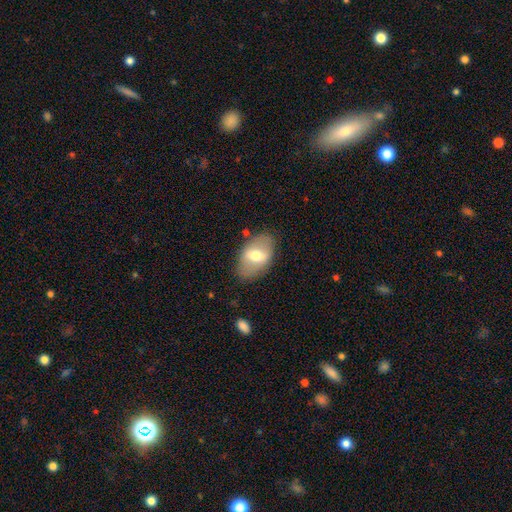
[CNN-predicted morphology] Q: Smooth or featured?
A: smooth (52%); runner-up: featured or disk (41%)
Q: How rounded?
A: in between (89%); runner-up: round (9%)
Q: Merging?
A: none (80%); runner-up: minor disturbance (14%)